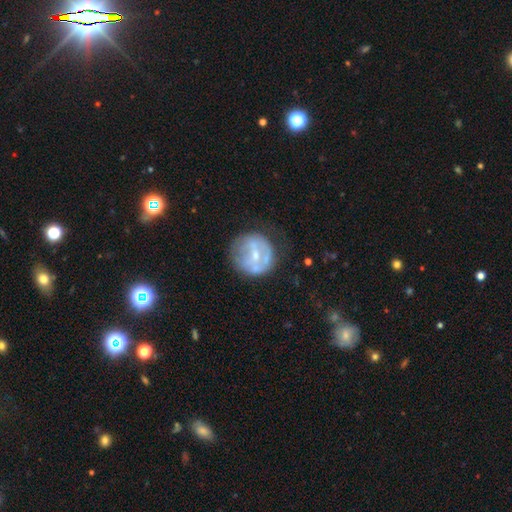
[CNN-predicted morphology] type=featured or disk (56%); edge-on=no (97%); bar=no (43%); spiral arms=no (66%); bulge=small (54%); merging=none (61%).